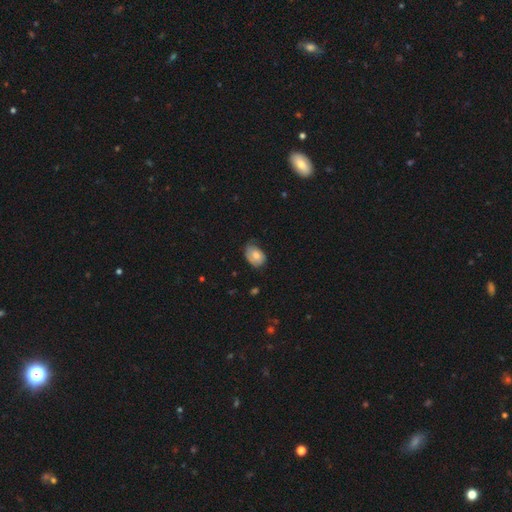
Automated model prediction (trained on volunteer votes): Q: Smooth or featured?
A: smooth (65%); runner-up: featured or disk (28%)
Q: How rounded?
A: in between (75%); runner-up: round (24%)
Q: Merging?
A: none (49%); runner-up: minor disturbance (37%)